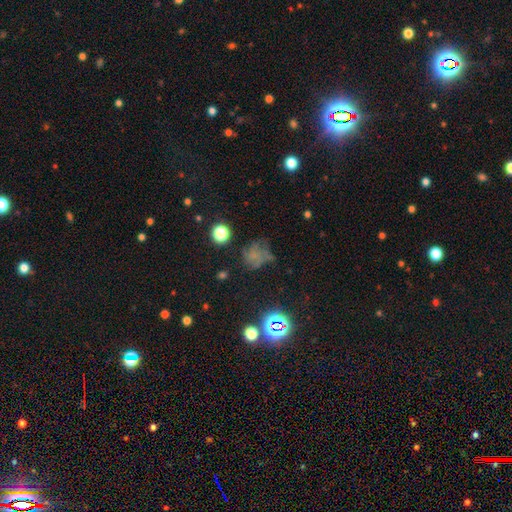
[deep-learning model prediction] This is marginally a smooth galaxy (43%). Merging: marginally none (43%).